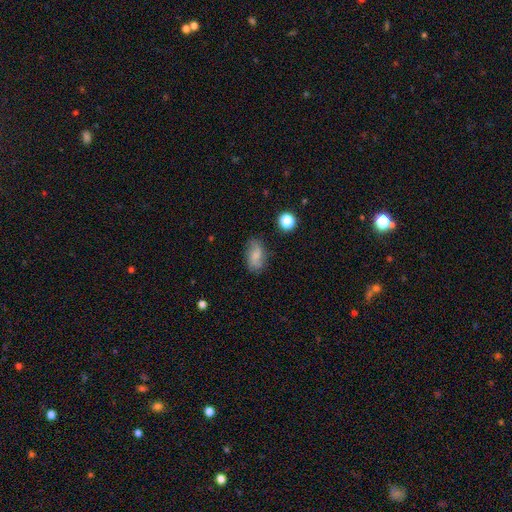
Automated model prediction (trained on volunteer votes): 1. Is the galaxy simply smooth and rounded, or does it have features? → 58% smooth, 32% featured or disk, 11% star or artifact.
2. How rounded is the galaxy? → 87% in between, 10% round, 3% cigar-shaped.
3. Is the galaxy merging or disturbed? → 72% none, 20% minor disturbance, 6% major disturbance, 2% merger.